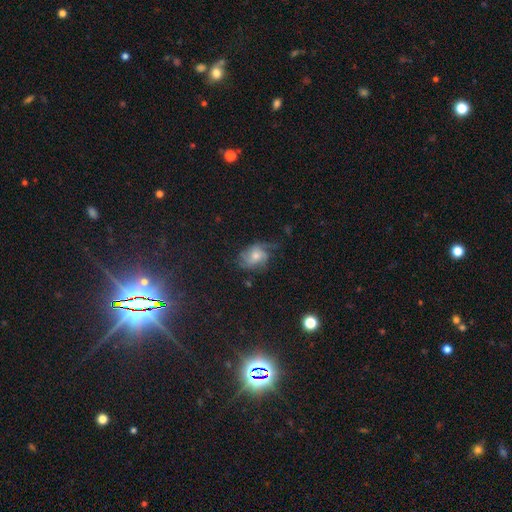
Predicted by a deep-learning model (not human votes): Smooth or featured?
  - featured or disk: 60% *
  - smooth: 28%
  - star or artifact: 12%
Edge-on disk?
  - no: 97% *
  - yes: 3%
Bar?
  - no: 68% *
  - weak: 28%
  - strong: 4%
Spiral arms?
  - yes: 87% *
  - no: 13%
Spiral winding?
  - medium: 43% *
  - loose: 30%
  - tight: 27%
Spiral arm count?
  - can't tell: 29% *
  - 3: 25%
  - 2: 23%
  - 1: 9%
  - 4: 8%
  - more than 4: 6%
Bulge size?
  - moderate: 58% *
  - small: 28%
  - large: 9%
  - none: 4%
  - dominant: 2%
Merging?
  - none: 50% *
  - minor disturbance: 26%
  - major disturbance: 22%
  - merger: 2%